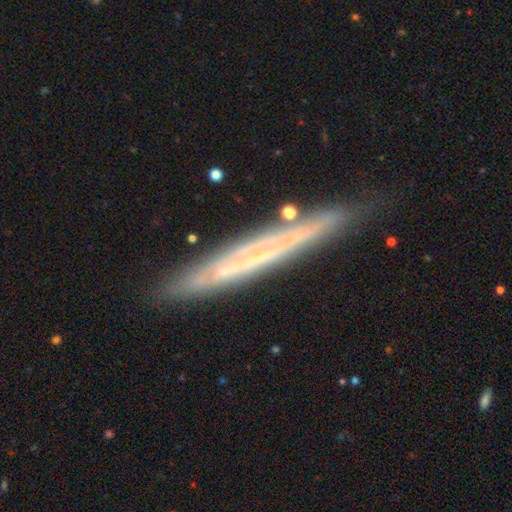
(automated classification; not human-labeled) Morphology: type=featured or disk (65%); edge-on=yes (88%); edge-on bulge=none (85%); merging=none (81%).